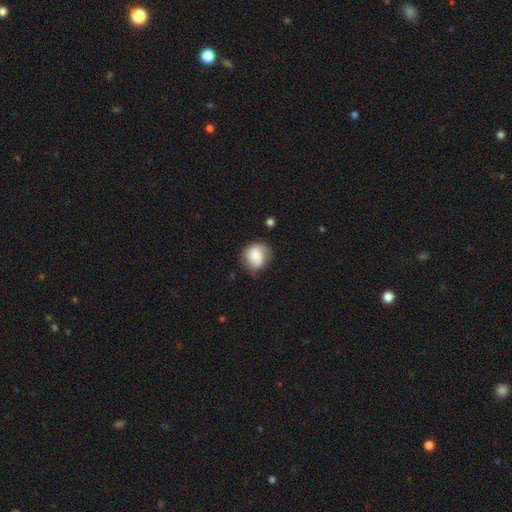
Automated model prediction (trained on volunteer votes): Smooth or featured? Predicted: smooth (p=0.74). How rounded? Predicted: round (p=0.70). Merging? Predicted: none (p=0.59).